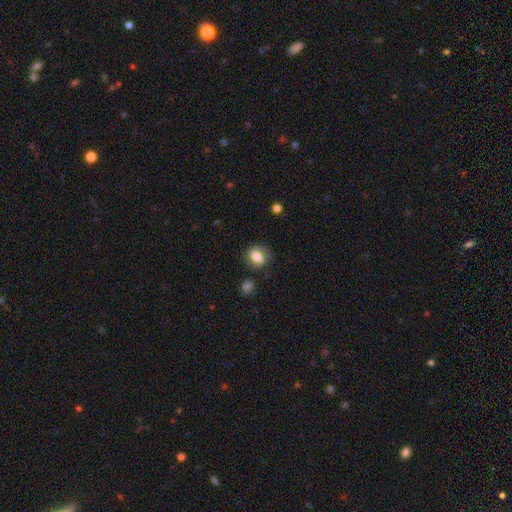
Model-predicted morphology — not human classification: Smooth or featured? Predicted: smooth (p=0.62). How rounded? Predicted: in between (p=0.55). Merging? Predicted: none (p=0.69).